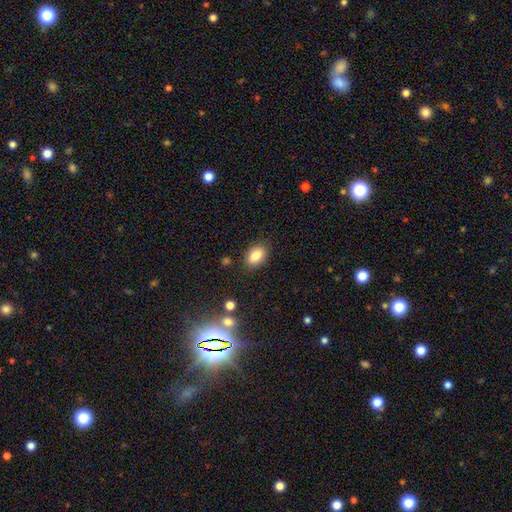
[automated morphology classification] smooth 83%, star or artifact 9%, featured or disk 8%. Down the decision tree: how rounded — in between (85%); merging — none (85%).